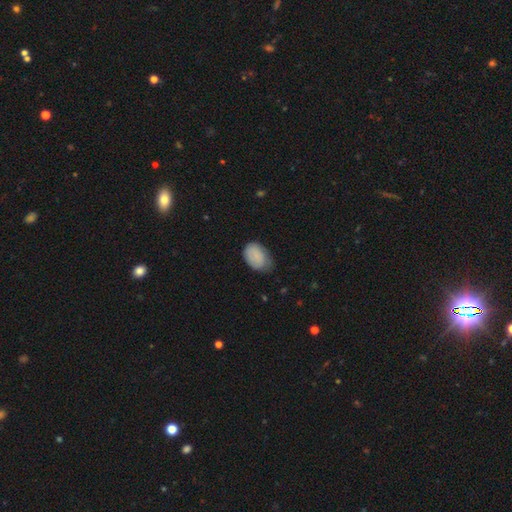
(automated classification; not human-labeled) A smooth galaxy with no disk features (85%) that is in between round and cigar-shaped (87%). Merging: none (53%).